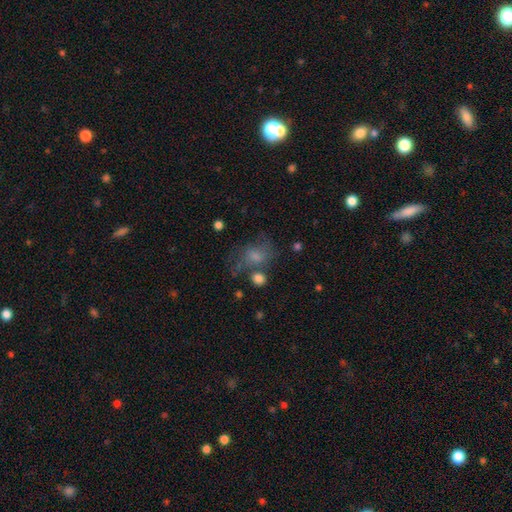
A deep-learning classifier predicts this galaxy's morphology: Q: Smooth or featured?
A: smooth (61%); runner-up: featured or disk (26%)
Q: How rounded?
A: in between (62%); runner-up: round (36%)
Q: Merging?
A: none (39%); runner-up: major disturbance (26%)